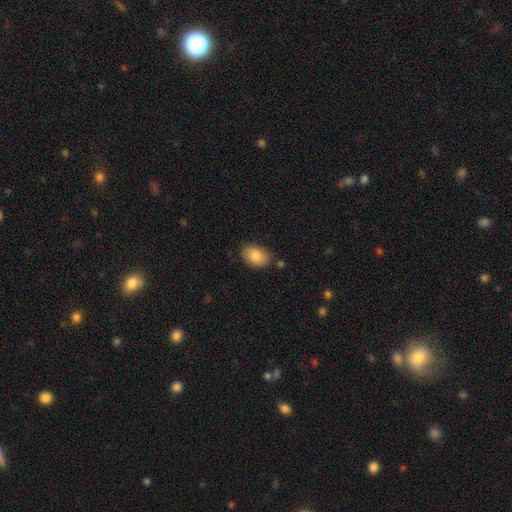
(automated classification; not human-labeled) smooth-or-featured: smooth: 86% | star or artifact: 7% | featured or disk: 7%
  how-rounded: in between: 84% | round: 15% | cigar-shaped: 1%
  merging: none: 82% | minor disturbance: 13% | major disturbance: 3% | merger: 3%